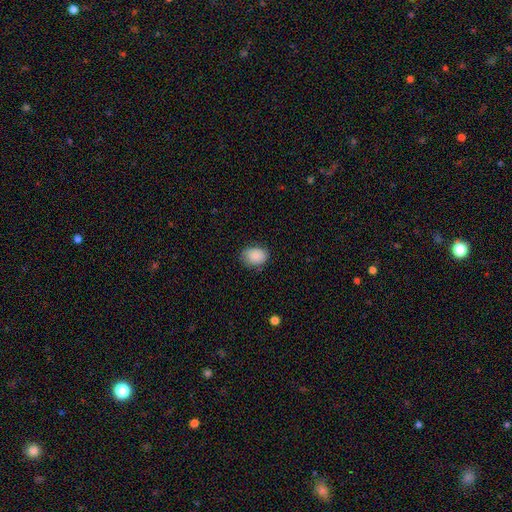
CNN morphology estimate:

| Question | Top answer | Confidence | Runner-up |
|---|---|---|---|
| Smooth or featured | smooth | 86% | star or artifact (7%) |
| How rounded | in between | 63% | round (36%) |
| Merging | none | 77% | minor disturbance (19%) |